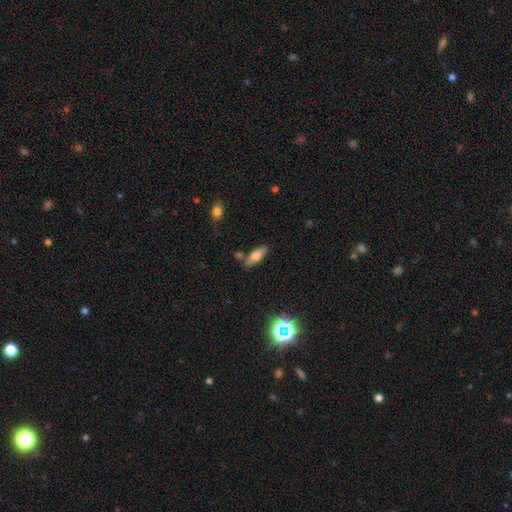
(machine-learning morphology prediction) Smooth or featured?
  - smooth: 64% *
  - featured or disk: 27%
  - star or artifact: 9%
How rounded?
  - in between: 56% *
  - cigar-shaped: 41%
  - round: 3%
Merging?
  - none: 76% *
  - minor disturbance: 13%
  - merger: 8%
  - major disturbance: 3%